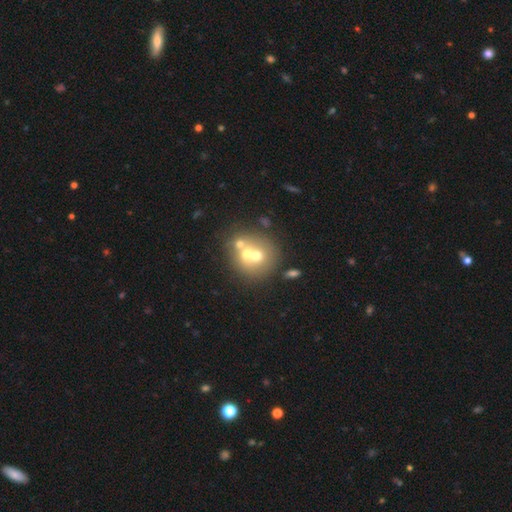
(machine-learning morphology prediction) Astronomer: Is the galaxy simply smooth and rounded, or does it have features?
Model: smooth — 54% (runner-up: featured or disk, 32%).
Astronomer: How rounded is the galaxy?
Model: round — 85%.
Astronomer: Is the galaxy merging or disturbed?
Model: merger — 51% (runner-up: none, 38%).